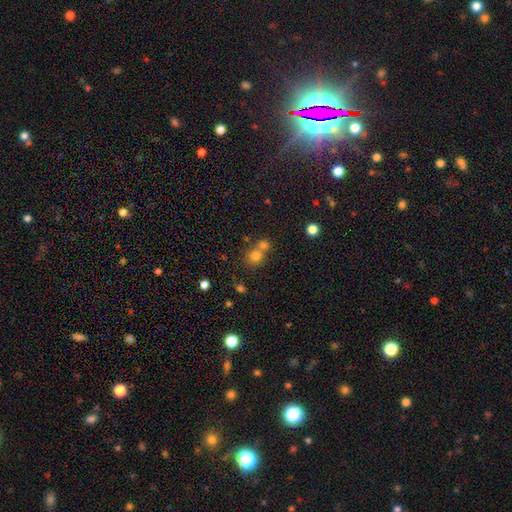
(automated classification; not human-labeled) Smooth or featured? smooth (75%)
How rounded? round (83%)
Merging? none (46%)